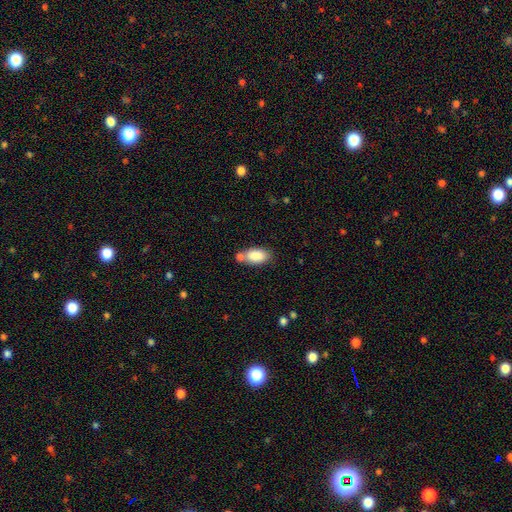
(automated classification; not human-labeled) Overall: smooth (86%). How rounded: in between (92%). Merging: none (56%; merger 26%).